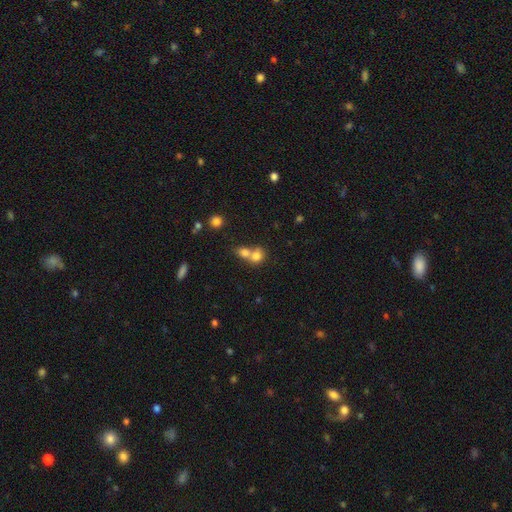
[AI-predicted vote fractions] Smooth or featured: smooth — 76% (featured or disk — 13%)
How rounded: round — 69% (in between — 29%)
Merging: merger — 66% (none — 26%)